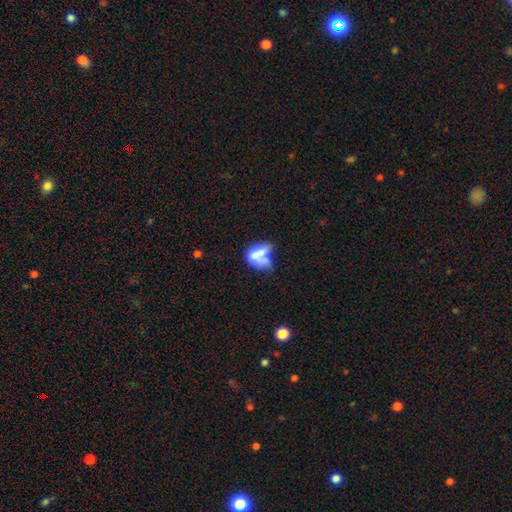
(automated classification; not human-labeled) Smooth or featured: smooth — 61% (featured or disk — 30%)
How rounded: in between — 78% (round — 14%)
Merging: merger — 49% (none — 20%)